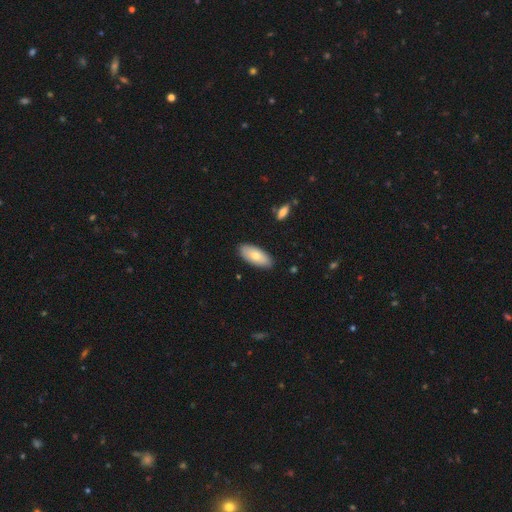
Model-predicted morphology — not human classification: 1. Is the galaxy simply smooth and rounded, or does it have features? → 72% smooth, 22% featured or disk, 6% star or artifact.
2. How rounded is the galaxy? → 89% in between, 9% cigar-shaped, 2% round.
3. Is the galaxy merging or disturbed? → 87% none, 10% minor disturbance, 2% major disturbance, 1% merger.